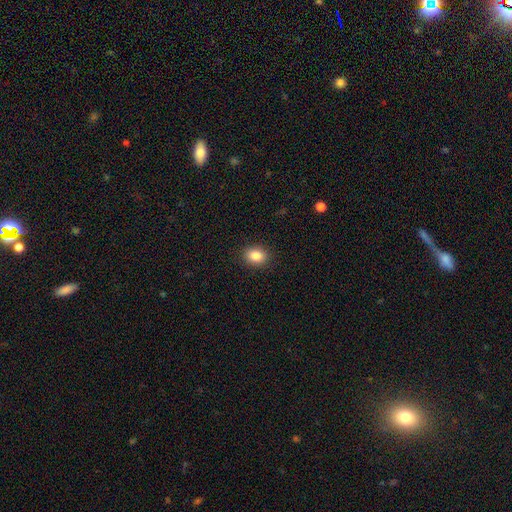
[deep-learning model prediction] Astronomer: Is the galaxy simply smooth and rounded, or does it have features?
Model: smooth — 86%.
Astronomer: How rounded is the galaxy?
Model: in between — 64%.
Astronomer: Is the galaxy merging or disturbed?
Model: none — 90%.